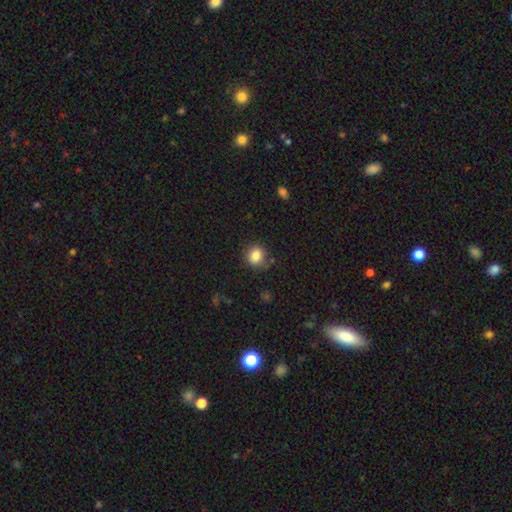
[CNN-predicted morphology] Smooth or featured? smooth (84%)
How rounded? round (71%)
Merging? none (80%)